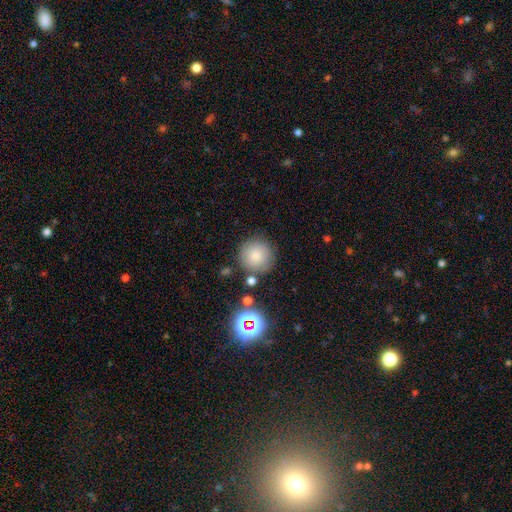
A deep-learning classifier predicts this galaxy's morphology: Q: Smooth or featured?
A: smooth (80%); runner-up: star or artifact (11%)
Q: How rounded?
A: round (96%); runner-up: in between (3%)
Q: Merging?
A: none (82%); runner-up: minor disturbance (10%)